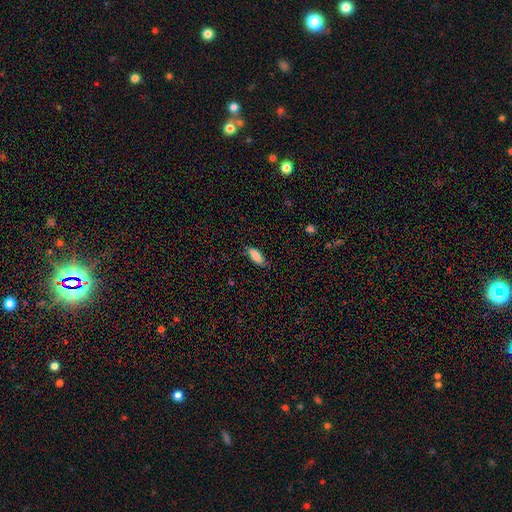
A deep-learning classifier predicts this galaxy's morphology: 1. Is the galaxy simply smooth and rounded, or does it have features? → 85% smooth, 8% featured or disk, 6% star or artifact.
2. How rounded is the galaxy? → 72% in between, 26% cigar-shaped, 2% round.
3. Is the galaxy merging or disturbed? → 79% none, 17% minor disturbance, 3% major disturbance, 1% merger.